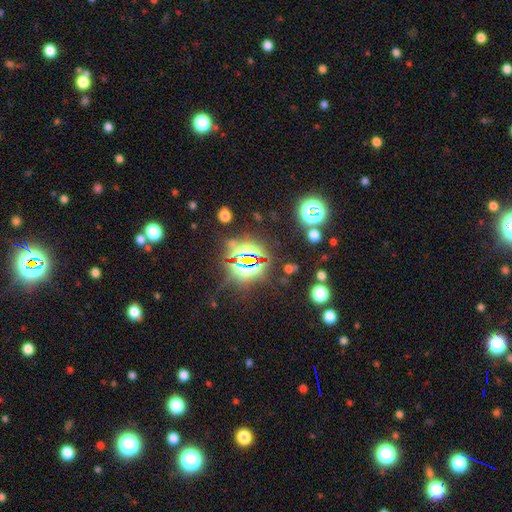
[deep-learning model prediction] Smooth or featured? star or artifact (82%)